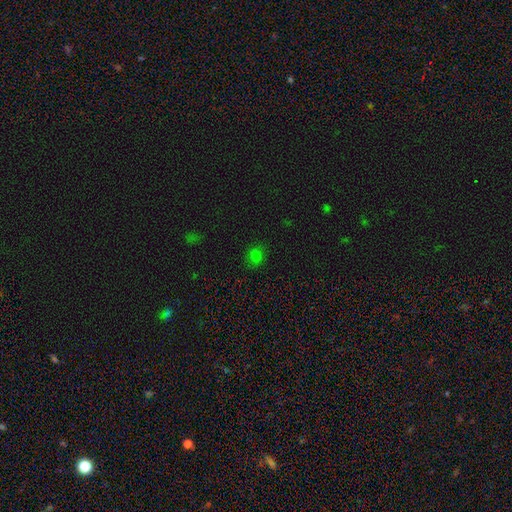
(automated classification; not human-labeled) This appears to be a smooth galaxy with no disk features (74%) that is round (76%). Merging: none (85%).